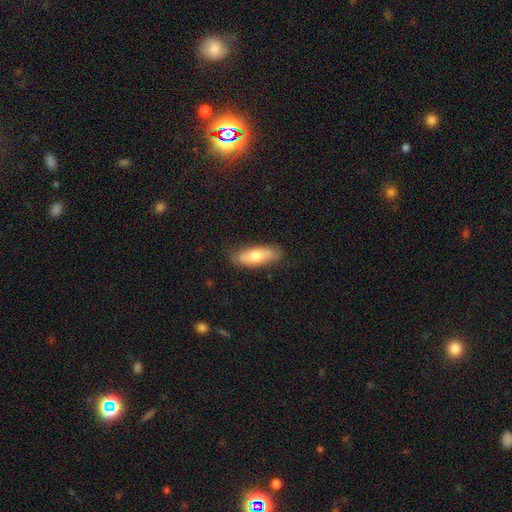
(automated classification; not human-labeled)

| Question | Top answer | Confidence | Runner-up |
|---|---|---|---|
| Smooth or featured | smooth | 66% | featured or disk (28%) |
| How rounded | in between | 65% | cigar-shaped (32%) |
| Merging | none | 83% | minor disturbance (13%) |